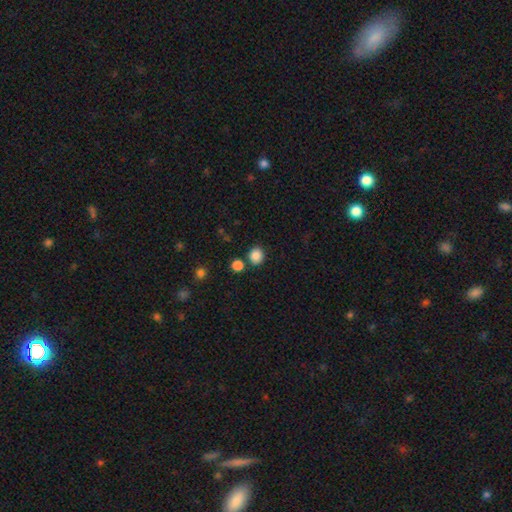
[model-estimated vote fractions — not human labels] A smooth galaxy with no disk features (86%) that is round (81%).

Vote fractions:
- Smooth or featured? smooth: 86% / star or artifact: 10% / featured or disk: 4%
- How rounded? round: 81% / in between: 18% / cigar-shaped: 1%
- Merging? none: 79% / merger: 10% / minor disturbance: 9% / major disturbance: 3%